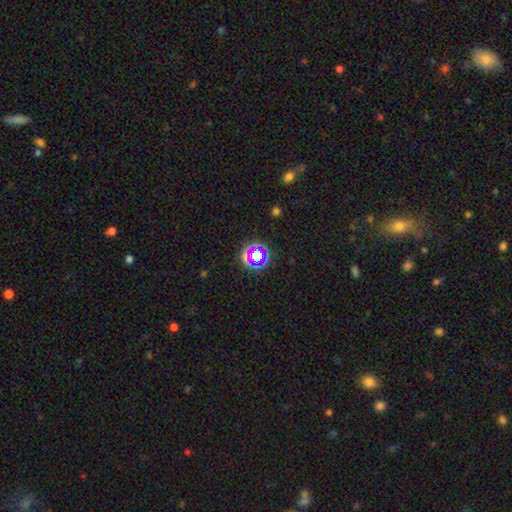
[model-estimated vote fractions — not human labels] star or artifact 60%, smooth 27%, featured or disk 13%.